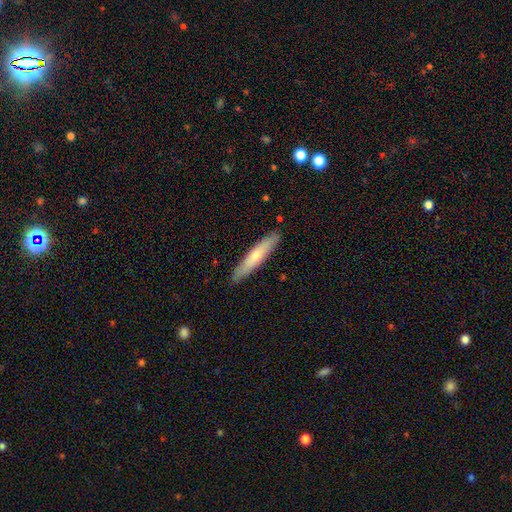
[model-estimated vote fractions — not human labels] Smooth or featured? smooth (62%)
How rounded? cigar-shaped (89%)
Merging? none (88%)